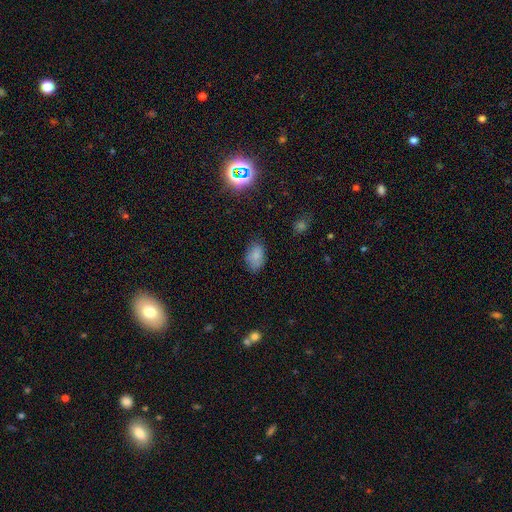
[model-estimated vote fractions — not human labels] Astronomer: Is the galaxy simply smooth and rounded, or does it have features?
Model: smooth — 80%.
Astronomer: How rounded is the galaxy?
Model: in between — 87%.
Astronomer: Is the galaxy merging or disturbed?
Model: none — 78%.